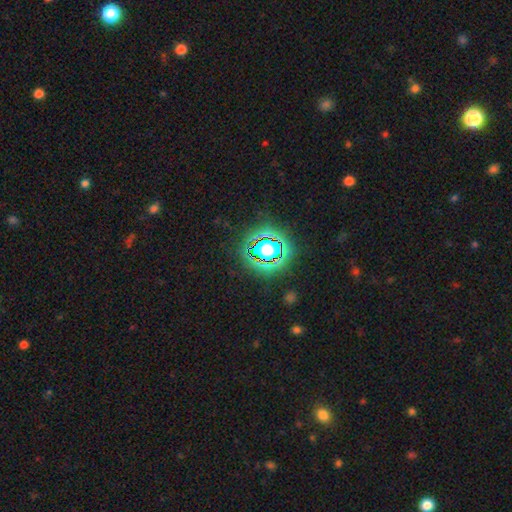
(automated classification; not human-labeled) A star or artifact, not a galaxy (63%).